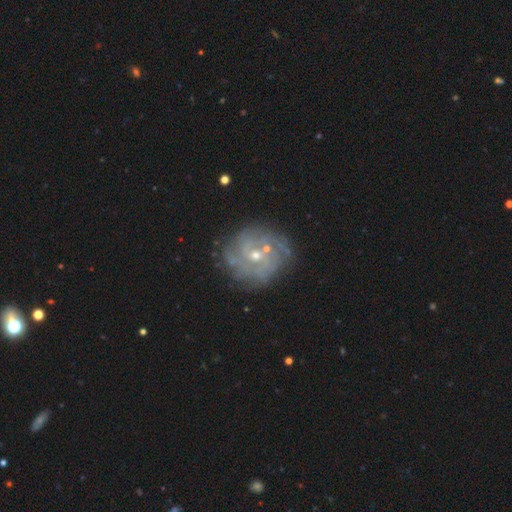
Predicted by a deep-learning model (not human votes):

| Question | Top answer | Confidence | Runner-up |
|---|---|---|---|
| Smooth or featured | featured or disk | 79% | smooth (12%) |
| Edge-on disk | no | 97% | yes (3%) |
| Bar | no | 67% | weak (28%) |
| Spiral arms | yes | 88% | no (12%) |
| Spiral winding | tight | 66% | medium (26%) |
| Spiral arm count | can't tell | 41% | 3 (17%) |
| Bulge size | small | 59% | moderate (37%) |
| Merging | none | 74% | minor disturbance (16%) |